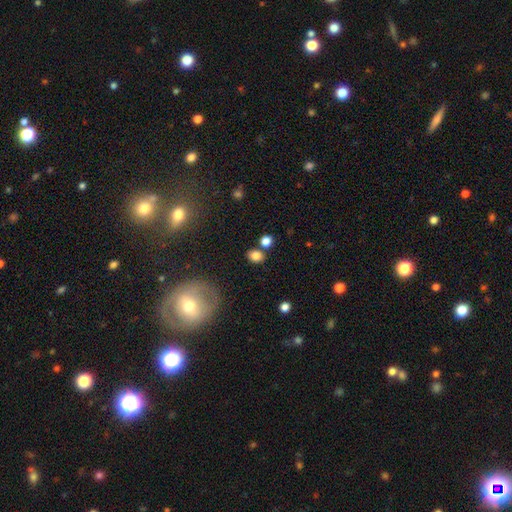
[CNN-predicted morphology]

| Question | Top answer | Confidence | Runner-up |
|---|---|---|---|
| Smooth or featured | smooth | 81% | star or artifact (12%) |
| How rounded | in between | 53% | round (46%) |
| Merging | none | 75% | minor disturbance (11%) |